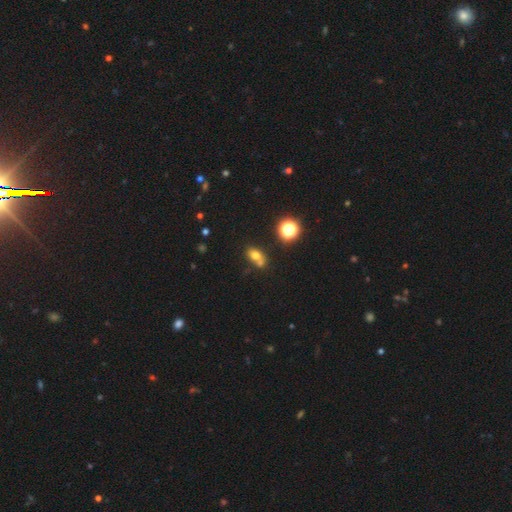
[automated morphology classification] Smooth or featured?
  - smooth: 70% *
  - star or artifact: 17%
  - featured or disk: 14%
How rounded?
  - in between: 60% *
  - round: 38%
  - cigar-shaped: 2%
Merging?
  - merger: 43% *
  - none: 42%
  - minor disturbance: 11%
  - major disturbance: 5%